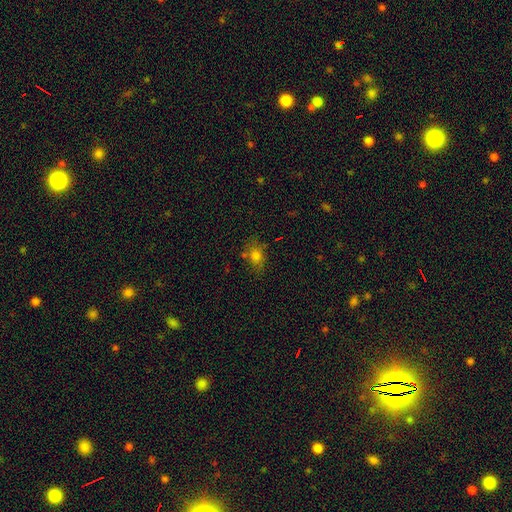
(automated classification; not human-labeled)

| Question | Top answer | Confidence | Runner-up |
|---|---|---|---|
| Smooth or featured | smooth | 75% | star or artifact (14%) |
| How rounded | in between | 61% | round (36%) |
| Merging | none | 66% | minor disturbance (19%) |